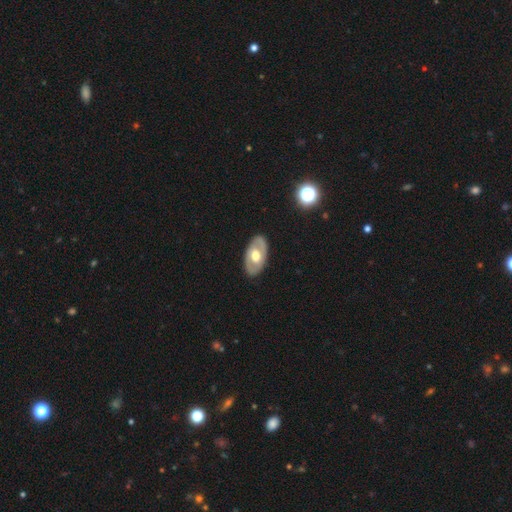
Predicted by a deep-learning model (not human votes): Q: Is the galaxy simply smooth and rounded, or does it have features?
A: featured or disk — 57%.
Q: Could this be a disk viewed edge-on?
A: no — 87%.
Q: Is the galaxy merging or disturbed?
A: none — 86%.